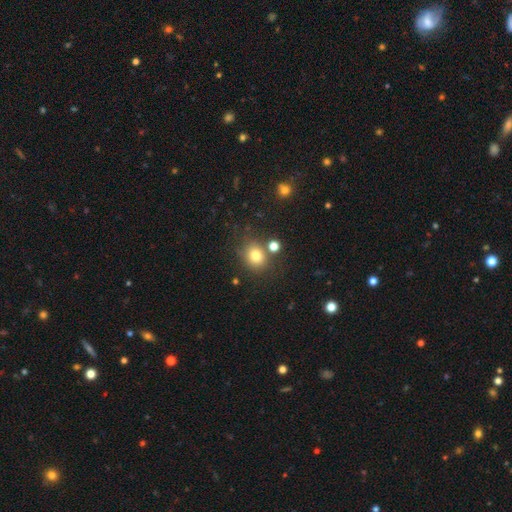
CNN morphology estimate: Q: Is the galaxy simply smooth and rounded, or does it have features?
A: smooth — 77%.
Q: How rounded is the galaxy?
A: round — 70%.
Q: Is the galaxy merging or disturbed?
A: none — 71%.